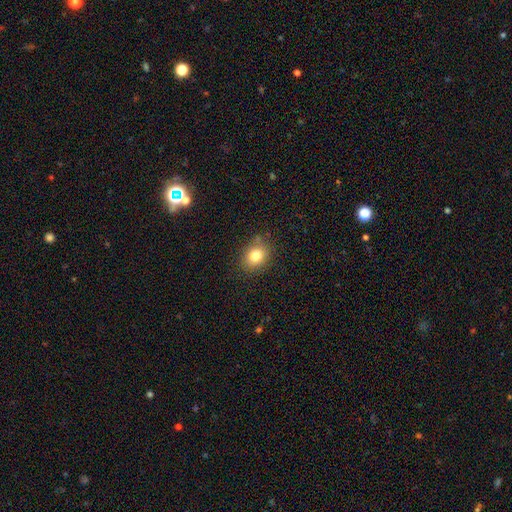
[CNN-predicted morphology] Overall: smooth (80%). How rounded: in between (50%; round 49%). Merging: none (83%).